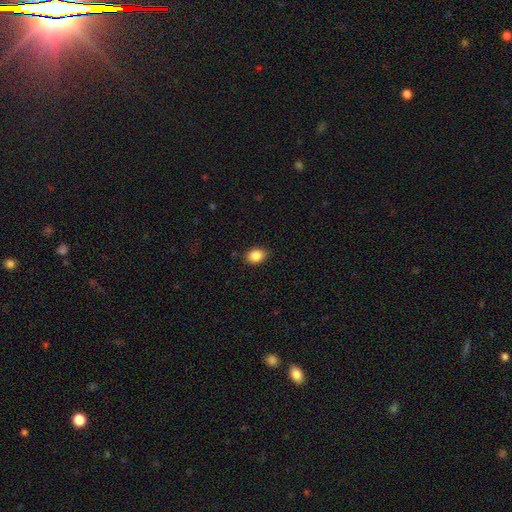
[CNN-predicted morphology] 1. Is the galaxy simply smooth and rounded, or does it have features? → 87% smooth, 9% star or artifact, 5% featured or disk.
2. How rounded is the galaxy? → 65% in between, 34% round, 1% cigar-shaped.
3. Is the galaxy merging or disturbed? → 84% none, 13% minor disturbance, 2% major disturbance, 1% merger.